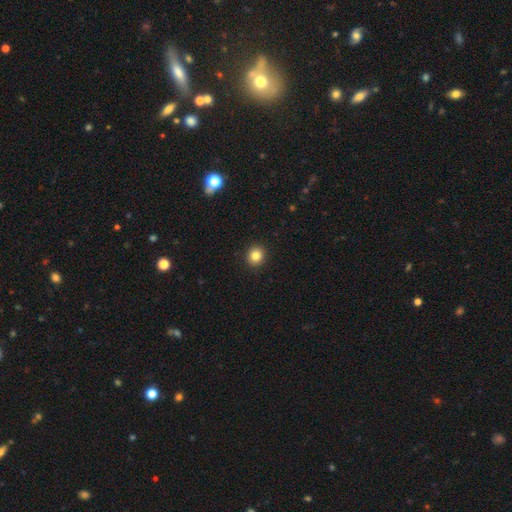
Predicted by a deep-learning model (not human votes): smooth 82%, star or artifact 11%, featured or disk 6%. Down the decision tree: how rounded — round (90%); merging — none (93%).